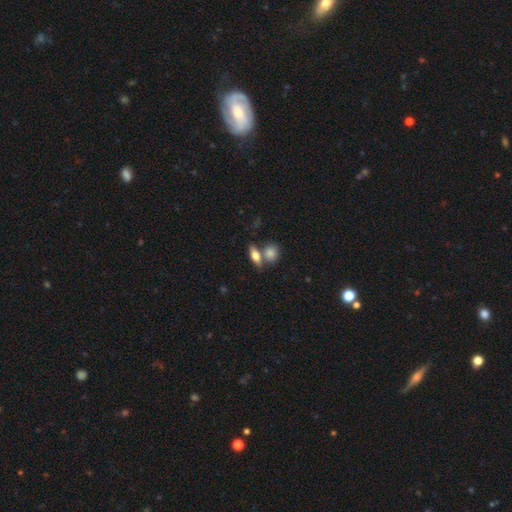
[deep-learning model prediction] A smooth galaxy with no disk features (67%) that is in between round and cigar-shaped (66%).

Vote fractions:
- Smooth or featured? smooth: 67% / featured or disk: 25% / star or artifact: 8%
- How rounded? in between: 66% / cigar-shaped: 22% / round: 12%
- Merging? none: 58% / merger: 28% / minor disturbance: 11% / major disturbance: 4%